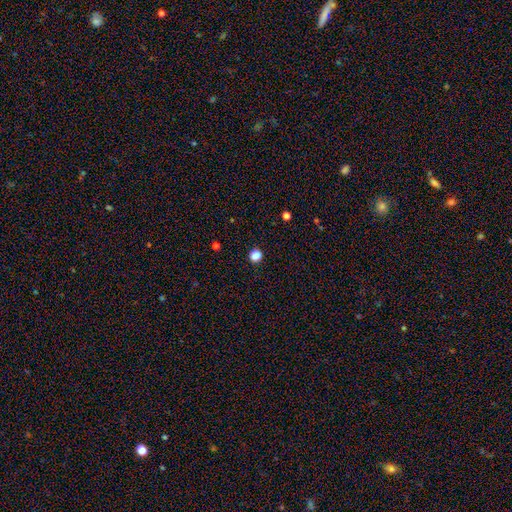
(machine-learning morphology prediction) A smooth galaxy with no disk features (86%) that is round (84%). Merging: none (91%).